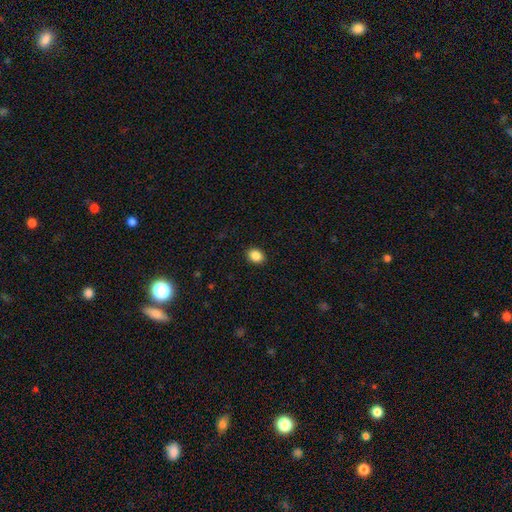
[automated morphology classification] Smooth or featured? smooth (87%)
How rounded? in between (59%)
Merging? none (90%)